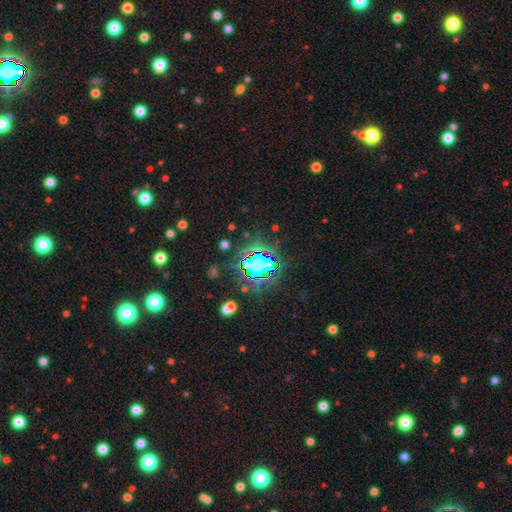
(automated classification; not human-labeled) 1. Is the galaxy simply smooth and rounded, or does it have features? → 83% star or artifact, 10% smooth, 7% featured or disk.